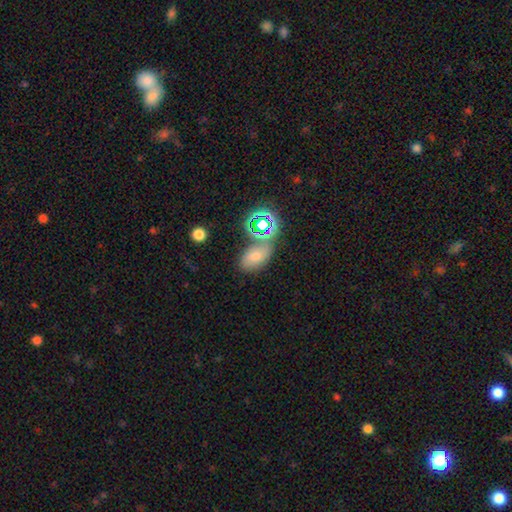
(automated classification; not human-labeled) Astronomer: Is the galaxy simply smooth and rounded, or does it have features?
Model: smooth — 60%.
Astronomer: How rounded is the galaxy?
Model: in between — 84%.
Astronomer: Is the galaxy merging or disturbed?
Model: none — 58%.